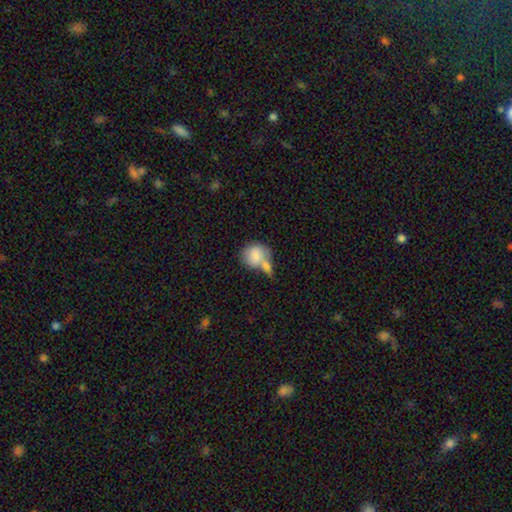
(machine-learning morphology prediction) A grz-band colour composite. It shows a smooth galaxy with no disk features (79%) that is round (68%). Merging: merger (54%).